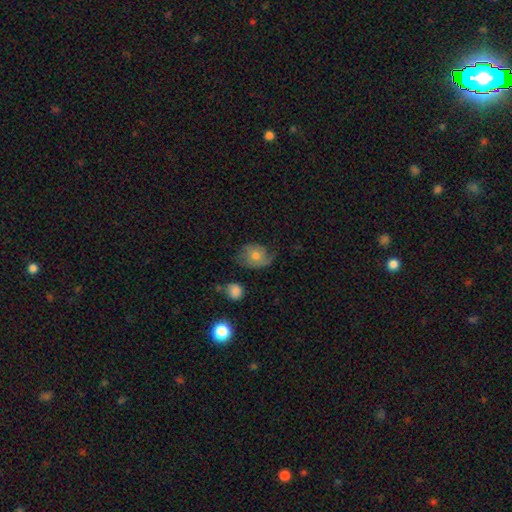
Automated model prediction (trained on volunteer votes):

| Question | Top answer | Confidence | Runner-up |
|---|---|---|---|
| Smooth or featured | smooth | 62% | featured or disk (29%) |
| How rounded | round | 50% | in between (49%) |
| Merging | none | 49% | minor disturbance (34%) |